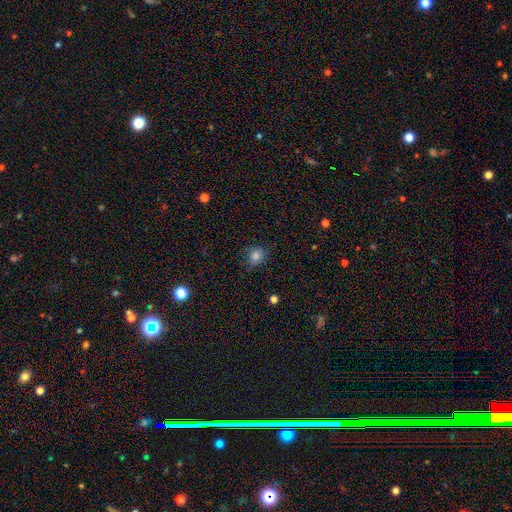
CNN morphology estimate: This is clearly a smooth galaxy (81%). How rounded: likely round (73%). Merging: likely none (77%).